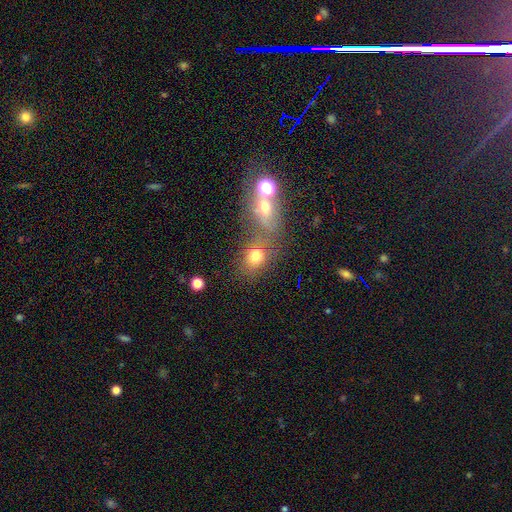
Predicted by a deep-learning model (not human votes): Smooth or featured: smooth — 71% (star or artifact — 17%)
How rounded: round — 50% (in between — 48%)
Merging: none — 47% (merger — 35%)